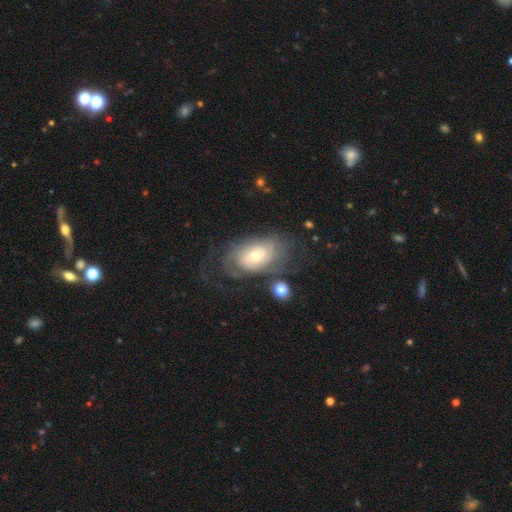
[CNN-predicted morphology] Overall: featured or disk (71%). Edge-on disk: no (94%). Bar: no (69%). Spiral arms: yes (85%). Spiral arm count: can't tell (54%; 2 23%). Spiral winding: tight (60%; medium 28%). Bulge size: moderate (48%; small 45%). Merging: none (55%; major disturbance 20%).